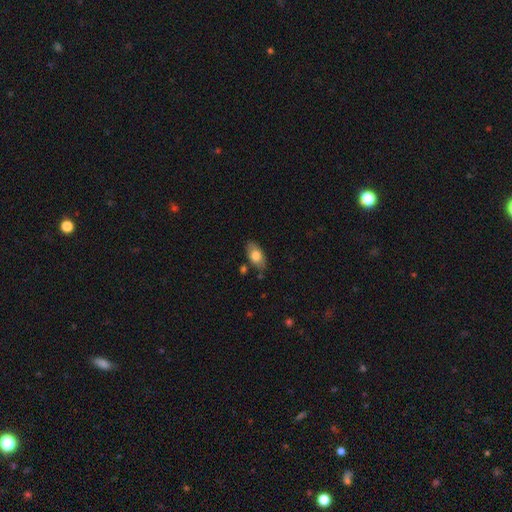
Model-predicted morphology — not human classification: Q: Smooth or featured?
A: smooth (73%); runner-up: featured or disk (21%)
Q: How rounded?
A: in between (92%); runner-up: round (5%)
Q: Merging?
A: none (79%); runner-up: minor disturbance (15%)